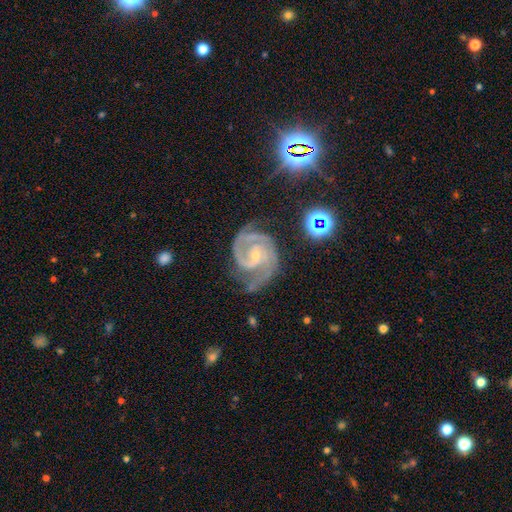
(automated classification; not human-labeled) Smooth or featured: featured or disk — 92% (star or artifact — 5%)
Edge-on disk: no — 98% (yes — 2%)
Bar: no — 50% (weak — 37%)
Spiral arms: yes — 98% (no — 2%)
Spiral winding: medium — 48% (tight — 46%)
Spiral arm count: 2 — 69% (3 — 17%)
Bulge size: small — 76% (moderate — 20%)
Merging: none — 63% (minor disturbance — 23%)